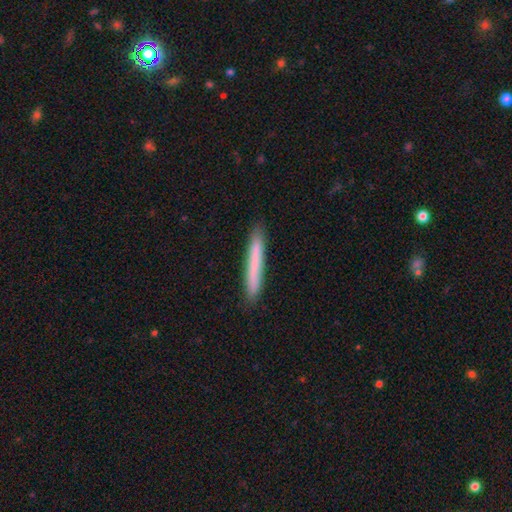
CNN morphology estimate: Smooth or featured: smooth — 73% (featured or disk — 20%)
How rounded: cigar-shaped — 97% (in between — 2%)
Merging: none — 91% (minor disturbance — 7%)